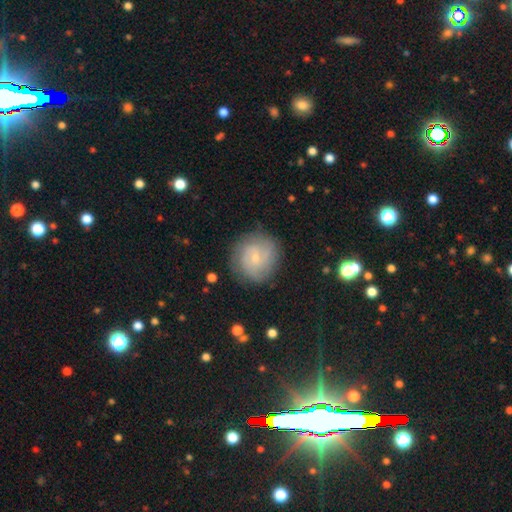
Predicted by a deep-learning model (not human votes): This is possibly a featured or disk galaxy (58%). It is clearly not viewed edge-on (98%). Bar: possibly no (59%). Spiral arm pattern: clearly yes (85%). Central bulge: likely small (77%). Merging: clearly none (81%).